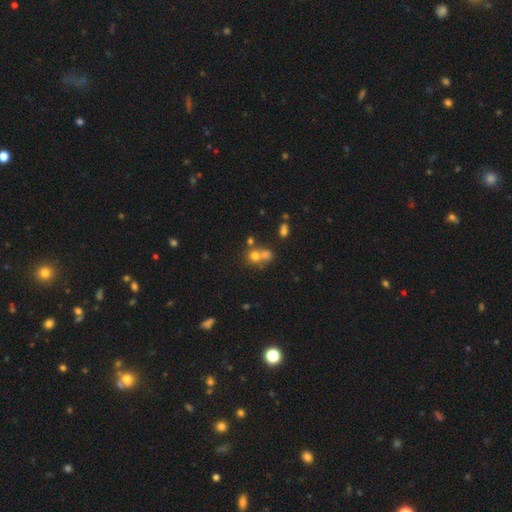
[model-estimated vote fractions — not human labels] A smooth galaxy with no disk features (66%) that is round (81%). Merging: merger (50%).